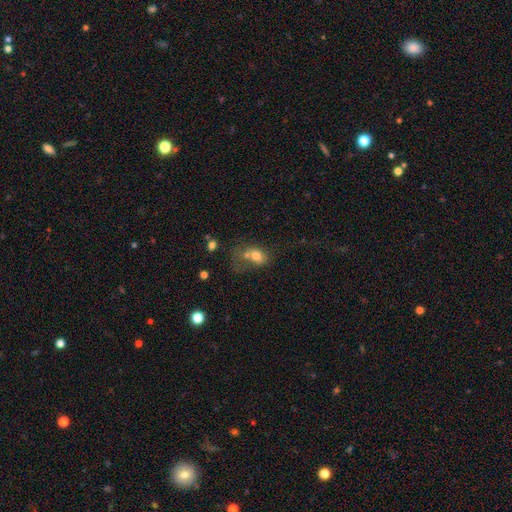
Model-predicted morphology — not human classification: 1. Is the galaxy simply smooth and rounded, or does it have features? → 71% smooth, 18% featured or disk, 12% star or artifact.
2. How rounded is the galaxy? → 62% in between, 37% round, 1% cigar-shaped.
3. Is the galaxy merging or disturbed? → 49% merger, 22% none, 16% major disturbance, 13% minor disturbance.